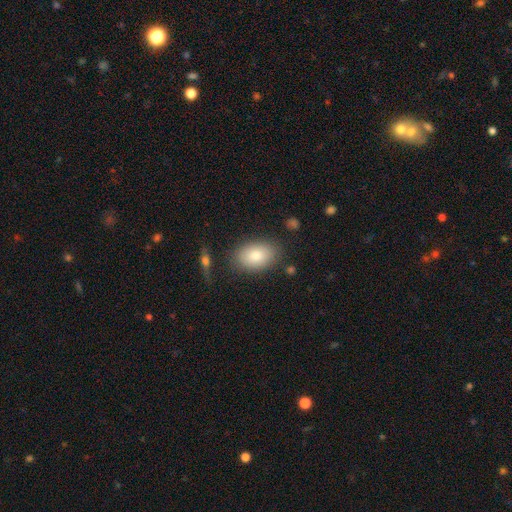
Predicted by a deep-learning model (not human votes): smooth-or-featured: smooth: 81% | featured or disk: 11% | star or artifact: 7%
  how-rounded: in between: 85% | round: 13% | cigar-shaped: 1%
  merging: none: 80% | minor disturbance: 13% | major disturbance: 4% | merger: 3%